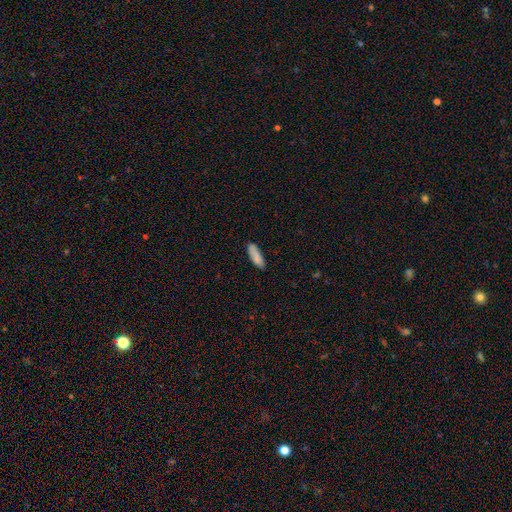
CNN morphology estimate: A smooth galaxy with no disk features (87%) that is cigar-shaped (55%).

Vote fractions:
- Smooth or featured? smooth: 87% / featured or disk: 7% / star or artifact: 6%
- How rounded? cigar-shaped: 55% / in between: 44% / round: 2%
- Merging? none: 82% / minor disturbance: 14% / major disturbance: 2% / merger: 2%